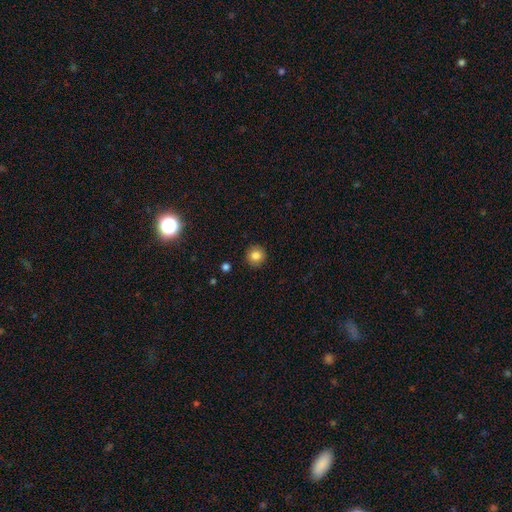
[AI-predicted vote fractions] smooth_or_featured: smooth (p=0.83) [alt: star or artifact p=0.10]
how_rounded: round (p=0.94) [alt: in between p=0.05]
merging: none (p=0.91) [alt: minor disturbance p=0.06]